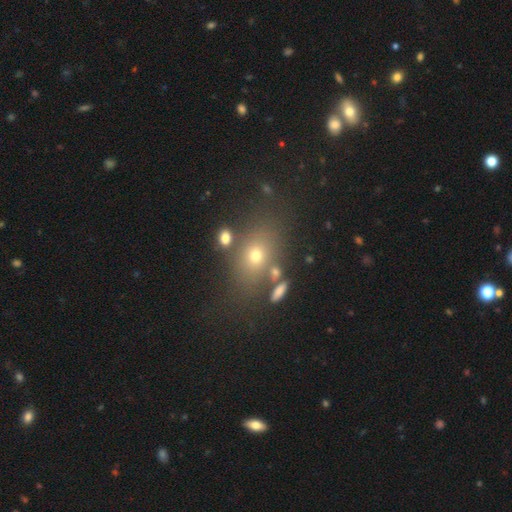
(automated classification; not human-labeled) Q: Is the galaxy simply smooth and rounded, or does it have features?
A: smooth — 66%.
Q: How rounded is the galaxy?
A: in between — 62%.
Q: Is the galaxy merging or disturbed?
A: none — 70%.